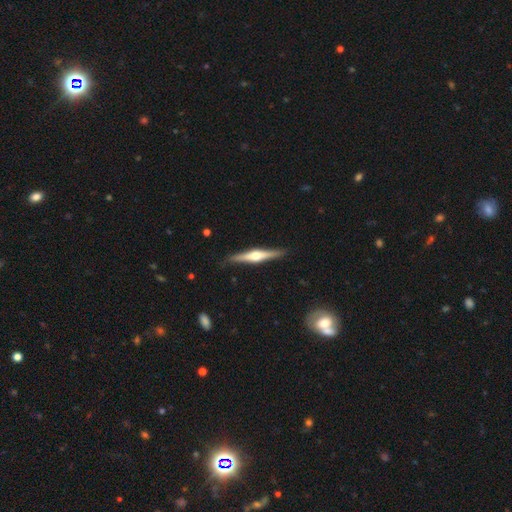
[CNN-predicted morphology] The model was most divided on "smooth or featured": featured or disk: 73%, smooth: 22%, star or artifact: 5%. More confident: edge-on disk — yes (98%); edge-on bulge — rounded (92%); merging — none (90%).